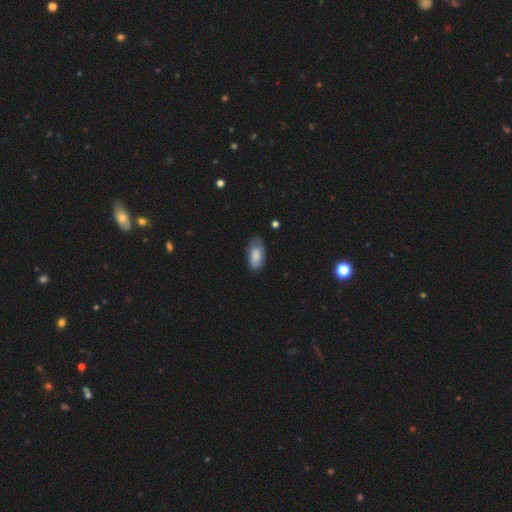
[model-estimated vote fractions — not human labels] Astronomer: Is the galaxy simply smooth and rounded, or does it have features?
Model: smooth — 79%.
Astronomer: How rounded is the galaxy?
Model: in between — 93%.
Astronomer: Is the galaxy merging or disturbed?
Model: none — 61%.